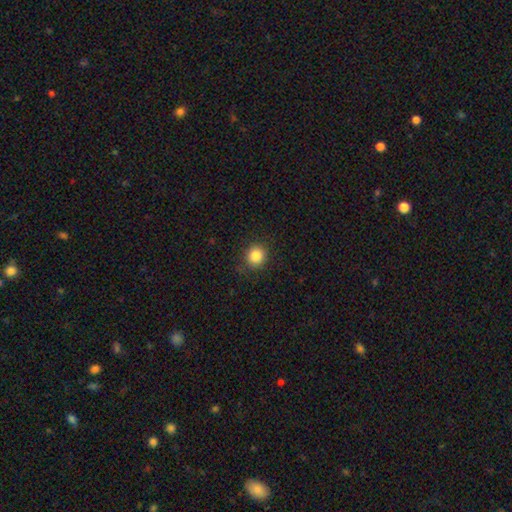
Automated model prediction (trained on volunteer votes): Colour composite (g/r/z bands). It shows a smooth galaxy with no disk features (85%) that is round (89%). Merging: none (86%).